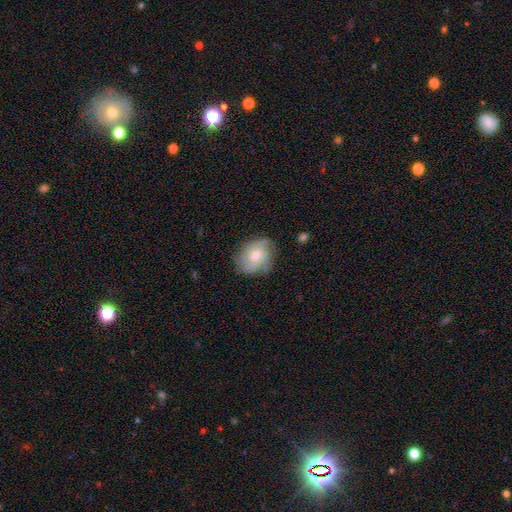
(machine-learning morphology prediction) Q: Smooth or featured?
A: featured or disk (56%); runner-up: smooth (37%)
Q: Edge-on disk?
A: no (97%); runner-up: yes (3%)
Q: Bar?
A: no (62%); runner-up: weak (33%)
Q: Spiral arms?
A: yes (87%); runner-up: no (13%)
Q: Bulge size?
A: moderate (60%); runner-up: small (30%)
Q: Merging?
A: none (72%); runner-up: minor disturbance (21%)